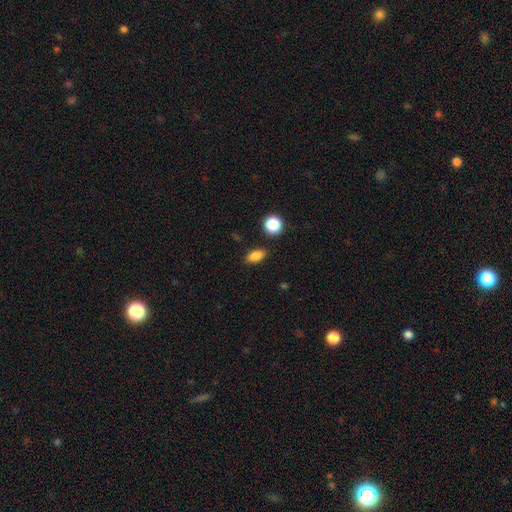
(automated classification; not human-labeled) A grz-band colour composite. It shows a smooth galaxy with no disk features (84%) that is in between round and cigar-shaped (83%). Merging: none (85%).